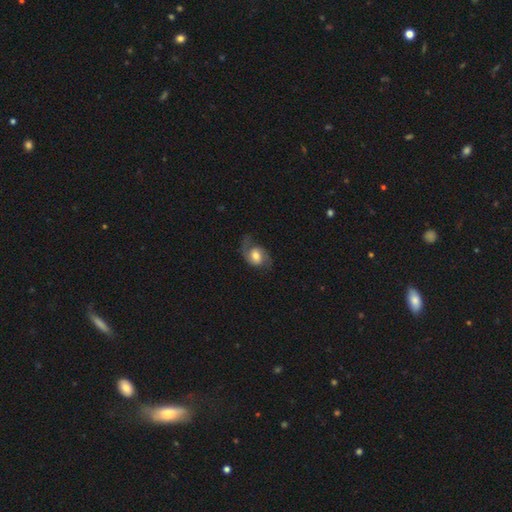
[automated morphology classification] A featured or disk galaxy (59%) with no bar (53%), 2 (81%) loose (45%) spiral arms (88%) and a moderate central bulge (54%).

Vote fractions:
- Smooth or featured? featured or disk: 59% / smooth: 33% / star or artifact: 7%
- Edge-on disk? no: 96% / yes: 4%
- Bar? no: 53% / weak: 37% / strong: 10%
- Spiral arms? yes: 88% / no: 12%
- Spiral winding? loose: 45% / medium: 41% / tight: 14%
- Spiral arm count? 2: 81% / 1: 11% / can't tell: 6% / 3: 1% / 4: 1% / more than 4: 1%
- Bulge size? moderate: 54% / large: 26% / small: 13% / dominant: 3% / none: 3%
- Merging? none: 59% / minor disturbance: 22% / major disturbance: 17% / merger: 2%